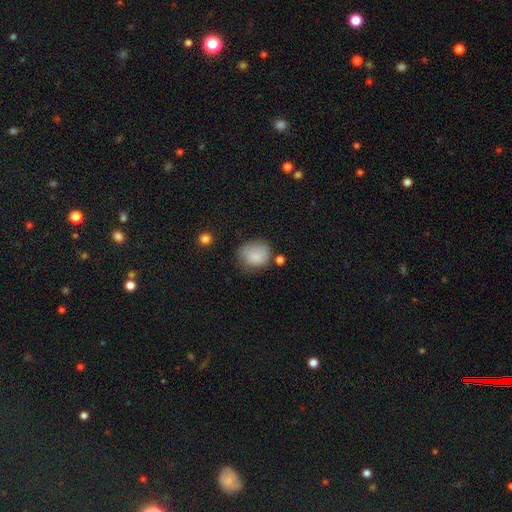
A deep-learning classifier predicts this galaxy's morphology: type=smooth (81%); roundness=round (59%); merging=none (56%).